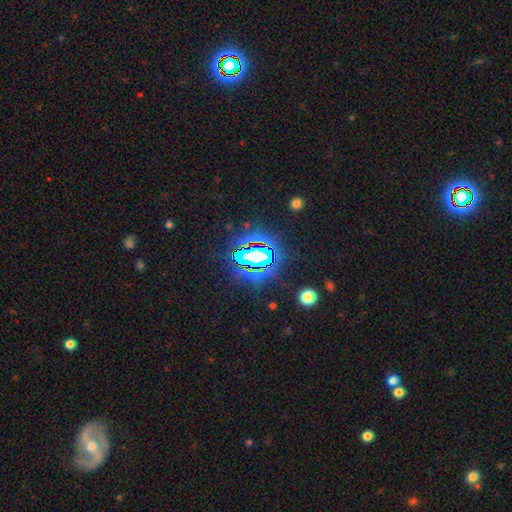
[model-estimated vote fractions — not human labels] Smooth or featured?
  - star or artifact: 72% *
  - smooth: 15%
  - featured or disk: 13%